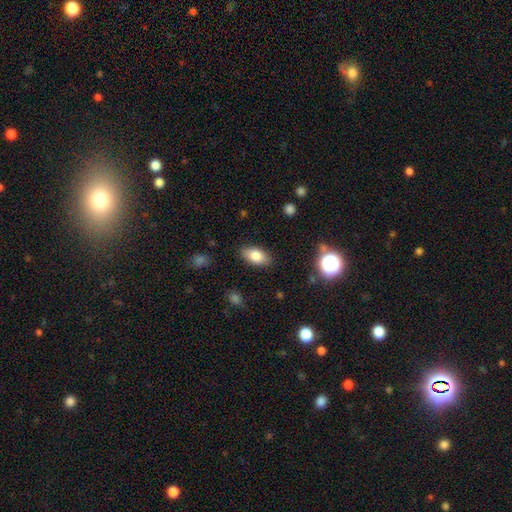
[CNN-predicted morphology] Overall: smooth (80%). How rounded: in between (92%). Merging: none (87%).